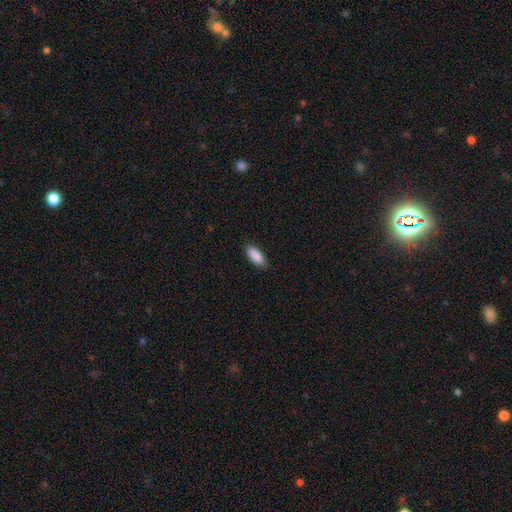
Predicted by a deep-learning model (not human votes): This is clearly a smooth galaxy (89%). How rounded: likely in between (79%). Merging: clearly none (86%).